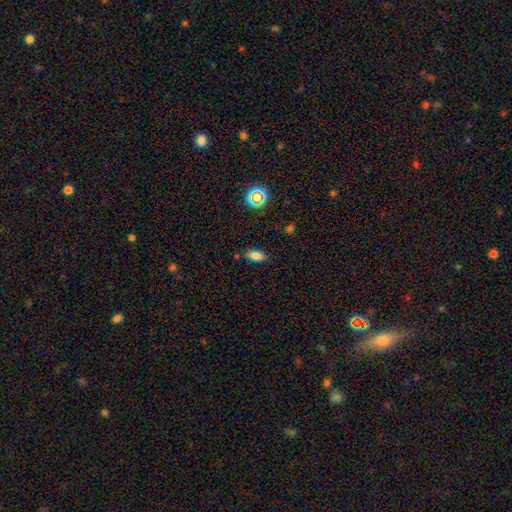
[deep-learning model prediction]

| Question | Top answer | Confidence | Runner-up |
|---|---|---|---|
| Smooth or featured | smooth | 81% | star or artifact (12%) |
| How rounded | in between | 86% | cigar-shaped (10%) |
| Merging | none | 82% | minor disturbance (12%) |